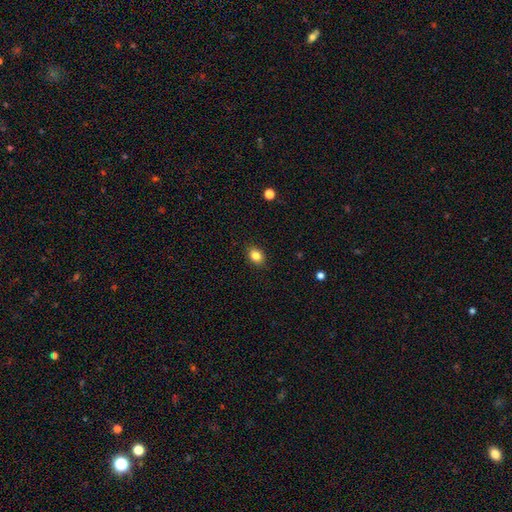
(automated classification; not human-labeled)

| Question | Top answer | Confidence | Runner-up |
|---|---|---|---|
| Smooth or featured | smooth | 84% | star or artifact (10%) |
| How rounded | in between | 63% | round (36%) |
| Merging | none | 89% | minor disturbance (8%) |